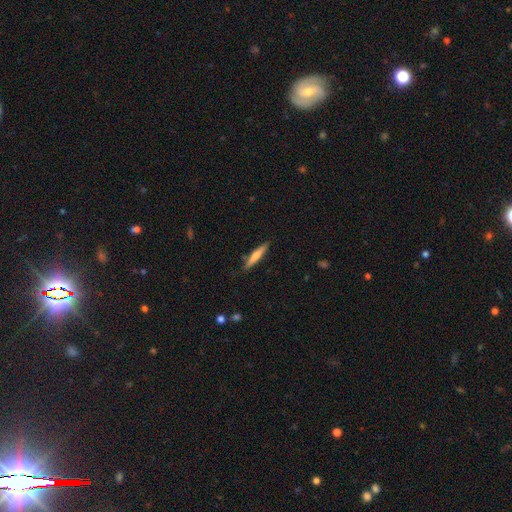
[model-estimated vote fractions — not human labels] Morphology: type=smooth (62%); roundness=cigar-shaped (91%); merging=none (86%).